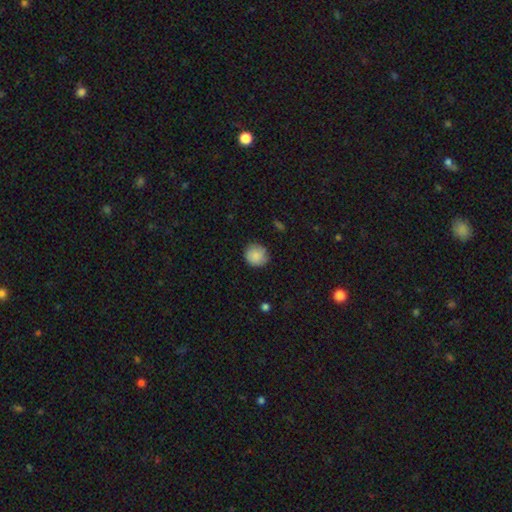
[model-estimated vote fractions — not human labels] Q: Smooth or featured?
A: smooth (86%); runner-up: star or artifact (8%)
Q: How rounded?
A: round (89%); runner-up: in between (10%)
Q: Merging?
A: none (84%); runner-up: minor disturbance (13%)